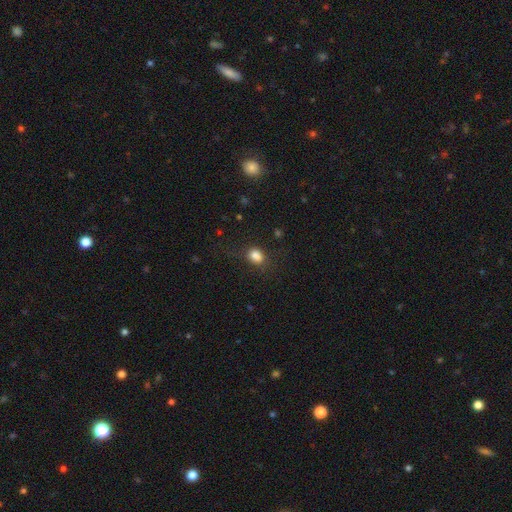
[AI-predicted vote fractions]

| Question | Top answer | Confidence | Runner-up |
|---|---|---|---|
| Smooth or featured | smooth | 80% | star or artifact (12%) |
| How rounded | in between | 56% | round (43%) |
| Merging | none | 59% | minor disturbance (22%) |